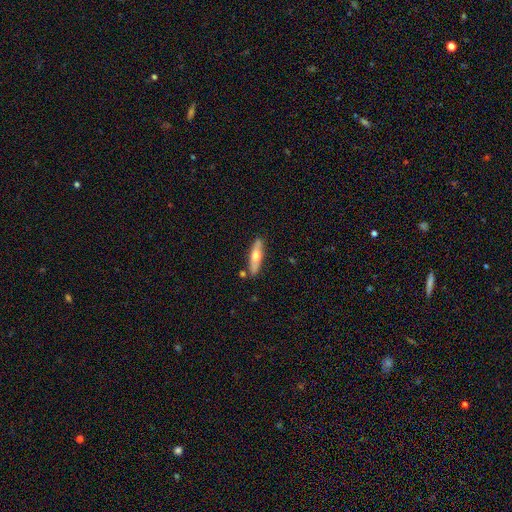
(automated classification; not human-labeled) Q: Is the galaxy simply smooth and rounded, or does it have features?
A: smooth — 50%.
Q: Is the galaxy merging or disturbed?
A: none — 83%.